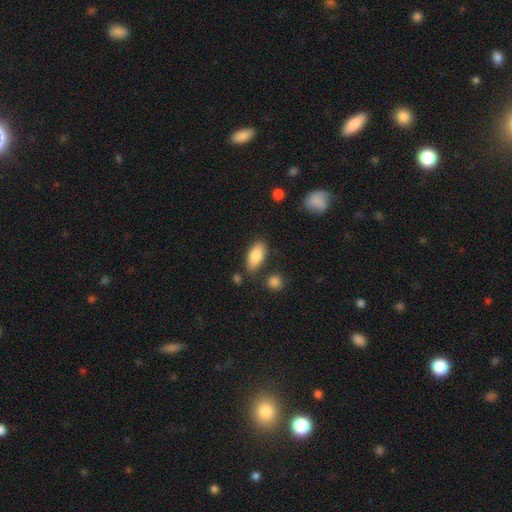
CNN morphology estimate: Smooth or featured: smooth — 84% (featured or disk — 9%)
How rounded: in between — 88% (cigar-shaped — 9%)
Merging: none — 77% (minor disturbance — 14%)